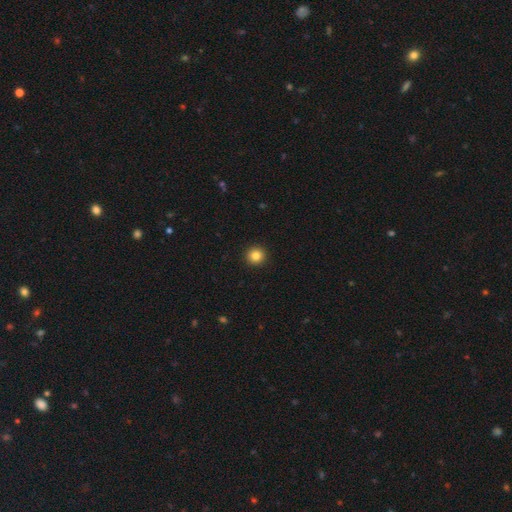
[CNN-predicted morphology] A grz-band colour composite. It shows a smooth galaxy with no disk features (84%) that is round (95%). Merging: none (93%).